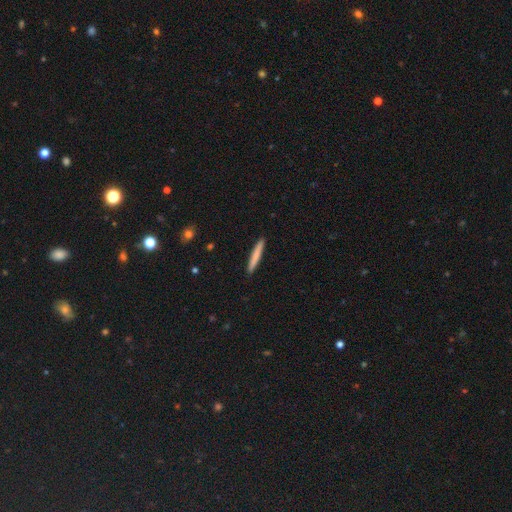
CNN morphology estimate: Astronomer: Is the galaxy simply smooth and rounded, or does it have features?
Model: smooth — 75%.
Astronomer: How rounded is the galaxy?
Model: cigar-shaped — 96%.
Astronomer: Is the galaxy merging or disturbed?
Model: none — 92%.